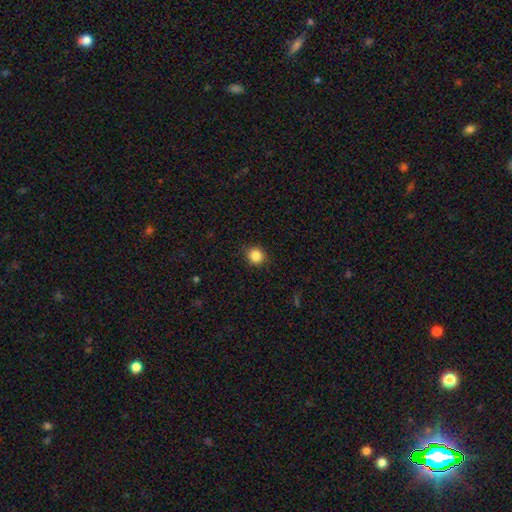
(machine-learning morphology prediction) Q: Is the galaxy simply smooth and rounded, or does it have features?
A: smooth — 86%.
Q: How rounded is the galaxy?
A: round — 91%.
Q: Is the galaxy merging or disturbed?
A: none — 90%.